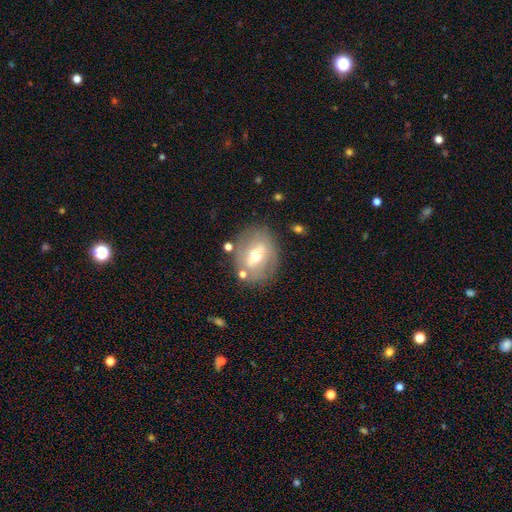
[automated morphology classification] Q: Smooth or featured?
A: featured or disk (58%); runner-up: smooth (34%)
Q: Edge-on disk?
A: no (81%); runner-up: yes (19%)
Q: Merging?
A: none (76%); runner-up: minor disturbance (14%)